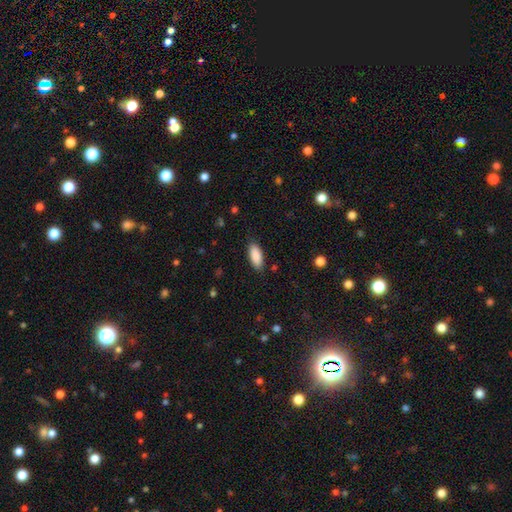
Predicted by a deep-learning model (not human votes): Smooth or featured? Predicted: smooth (p=0.89). How rounded? Predicted: in between (p=0.81). Merging? Predicted: none (p=0.86).